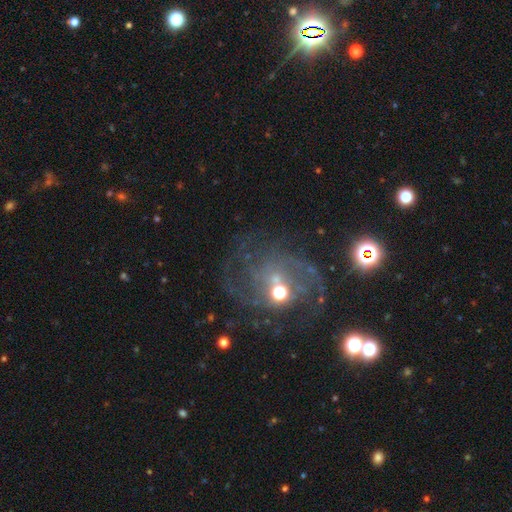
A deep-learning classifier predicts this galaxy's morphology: type=featured or disk (76%); edge-on=no (97%); bar=weak (44%); spiral arms=yes (93%); winding=medium (43%); arm count=can't tell (28%); bulge=moderate (50%); merging=none (67%).